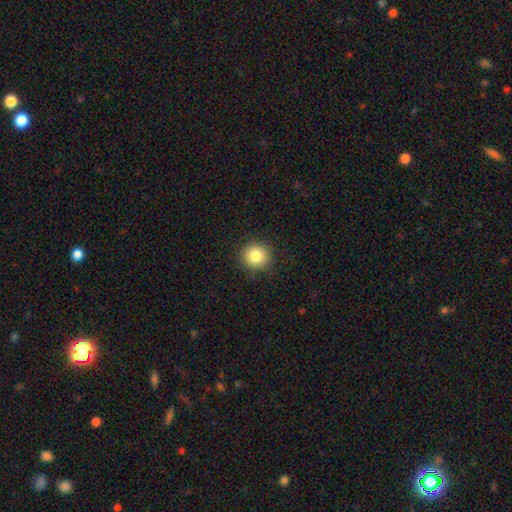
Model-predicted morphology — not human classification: Q: Smooth or featured?
A: smooth (83%); runner-up: star or artifact (10%)
Q: How rounded?
A: round (94%); runner-up: in between (6%)
Q: Merging?
A: none (90%); runner-up: minor disturbance (7%)